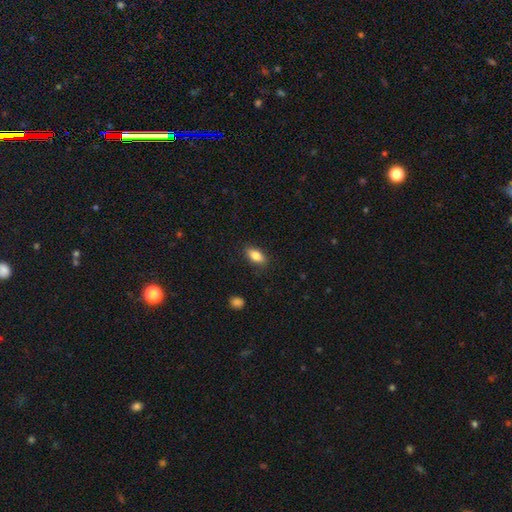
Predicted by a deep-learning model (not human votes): A smooth galaxy with no disk features (81%) that is in between round and cigar-shaped (85%).

Vote fractions:
- Smooth or featured? smooth: 81% / featured or disk: 12% / star or artifact: 7%
- How rounded? in between: 85% / cigar-shaped: 11% / round: 4%
- Merging? none: 85% / minor disturbance: 11% / major disturbance: 3% / merger: 1%